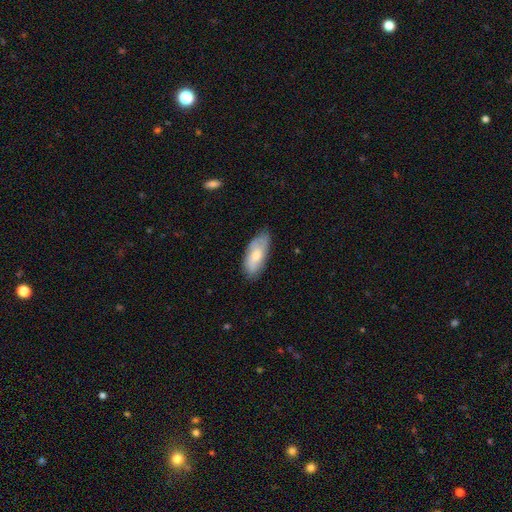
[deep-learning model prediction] smooth_or_featured: smooth (p=0.67) [alt: featured or disk p=0.27]
how_rounded: in between (p=0.83) [alt: cigar-shaped p=0.15]
merging: none (p=0.73) [alt: minor disturbance p=0.22]